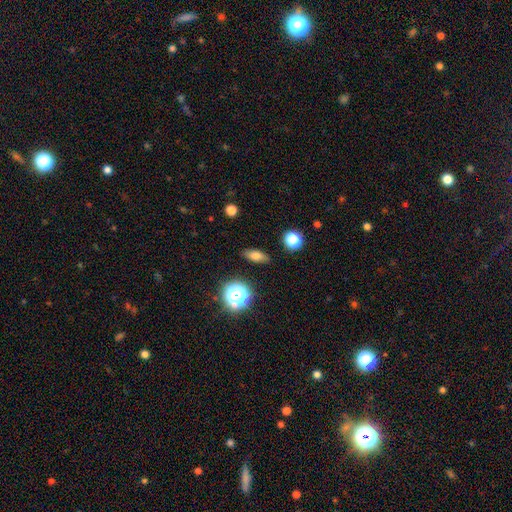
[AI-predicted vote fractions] Morphology: type=smooth (71%); roundness=in between (65%); merging=none (86%).